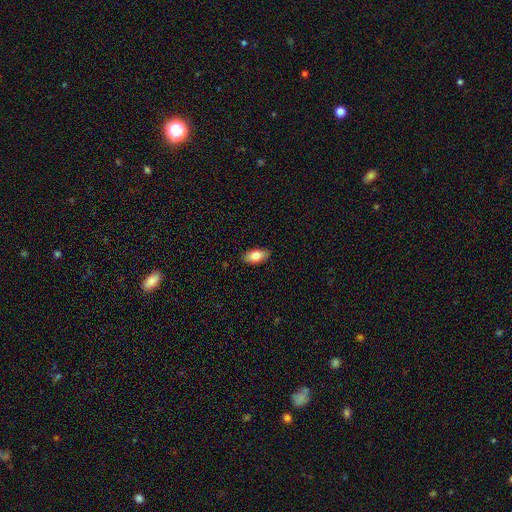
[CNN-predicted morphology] Smooth or featured?
  - smooth: 84% *
  - featured or disk: 9%
  - star or artifact: 7%
How rounded?
  - in between: 91% *
  - cigar-shaped: 5%
  - round: 3%
Merging?
  - none: 85% *
  - minor disturbance: 12%
  - major disturbance: 2%
  - merger: 1%